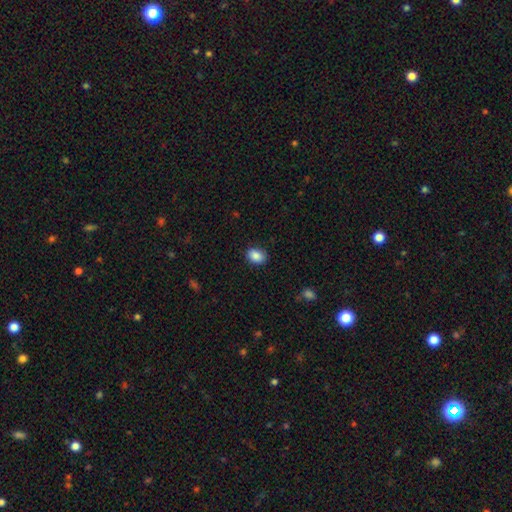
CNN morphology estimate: Overall: smooth (88%). How rounded: in between (68%; round 31%). Merging: none (86%).